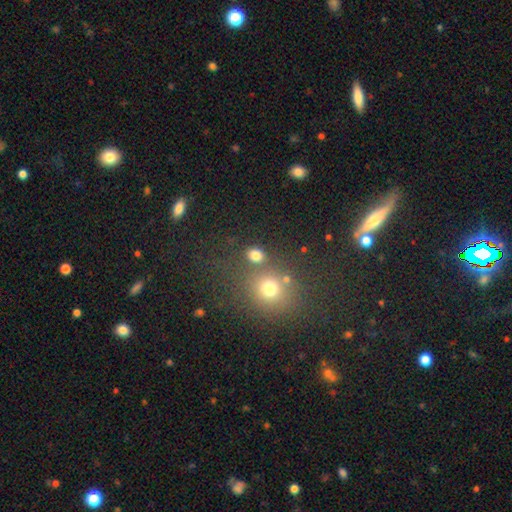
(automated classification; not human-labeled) This is likely a smooth galaxy (78%). How rounded: likely round (65%). Merging: likely none (71%).